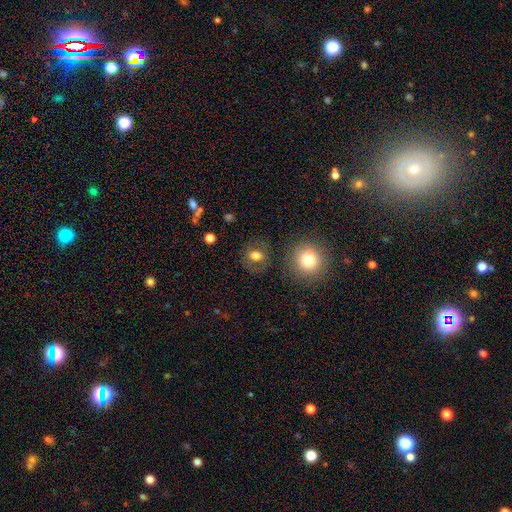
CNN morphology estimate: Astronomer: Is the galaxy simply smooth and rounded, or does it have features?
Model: smooth — 68%.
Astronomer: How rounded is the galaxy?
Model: round — 67%.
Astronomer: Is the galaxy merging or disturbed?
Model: none — 80%.